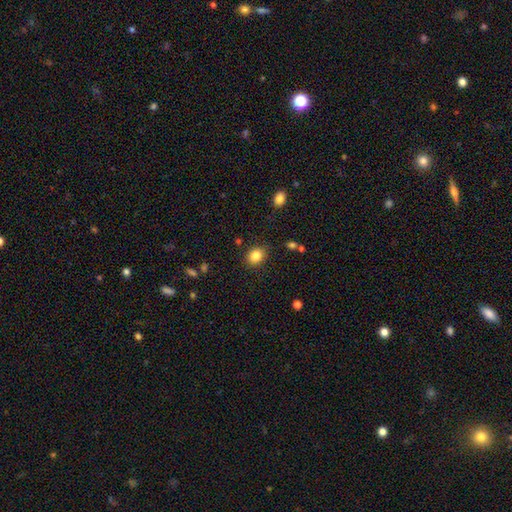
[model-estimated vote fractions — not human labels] The model was most divided on "how rounded": round: 55%, in between: 44%, cigar-shaped: 1%. More confident: merging — none (86%); smooth or featured — smooth (84%).